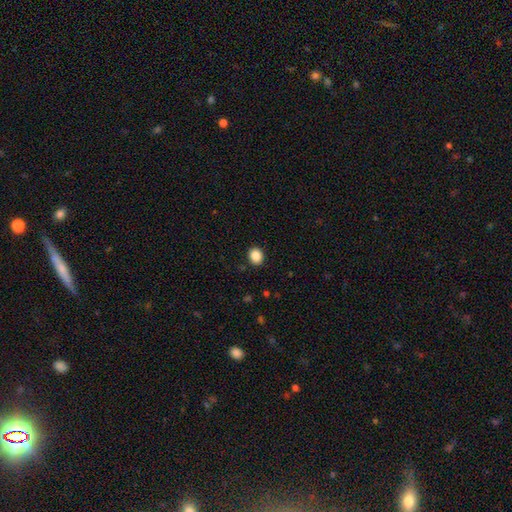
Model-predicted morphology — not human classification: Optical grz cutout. It shows a smooth galaxy with no disk features (88%) that is round (62%). Merging: none (91%).